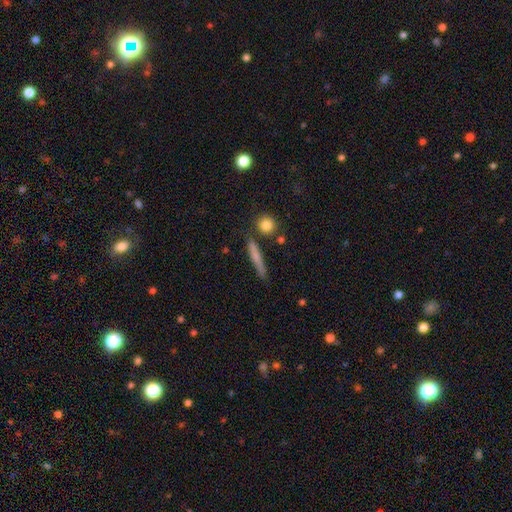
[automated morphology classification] This is likely a smooth galaxy (61%). How rounded: clearly cigar-shaped (90%). Merging: likely none (78%).